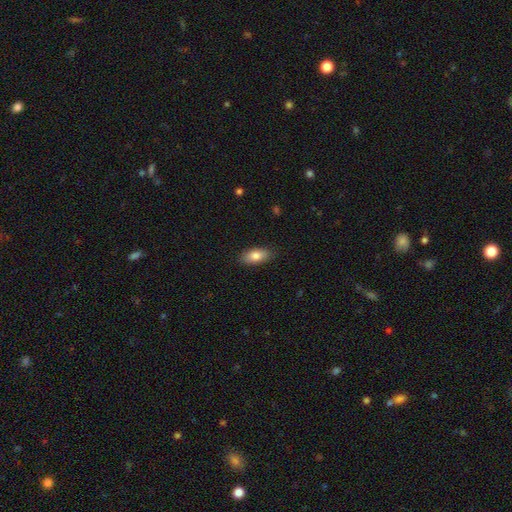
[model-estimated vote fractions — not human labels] smooth-or-featured: smooth: 83% | featured or disk: 11% | star or artifact: 7%
  how-rounded: in between: 89% | cigar-shaped: 7% | round: 4%
  merging: none: 86% | minor disturbance: 11% | major disturbance: 2% | merger: 1%